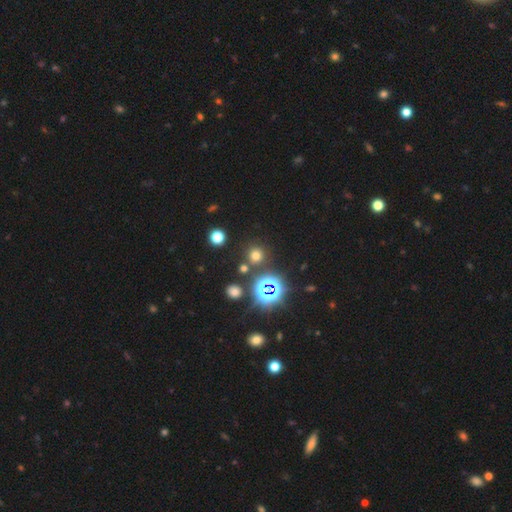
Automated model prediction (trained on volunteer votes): Overall: smooth (62%; star or artifact 32%). How rounded: round (91%). Merging: none (83%).